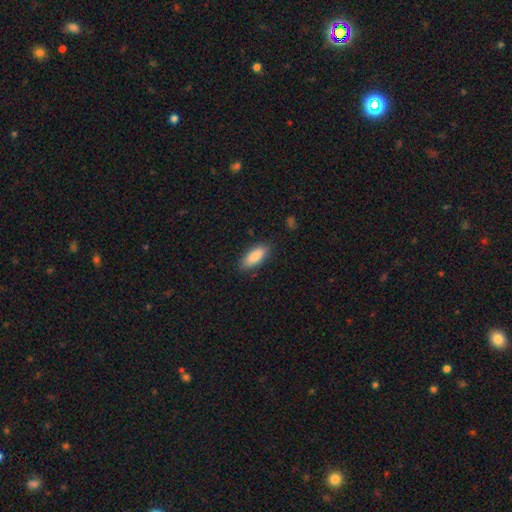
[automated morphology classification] Smooth or featured? smooth (87%)
How rounded? in between (77%)
Merging? none (85%)